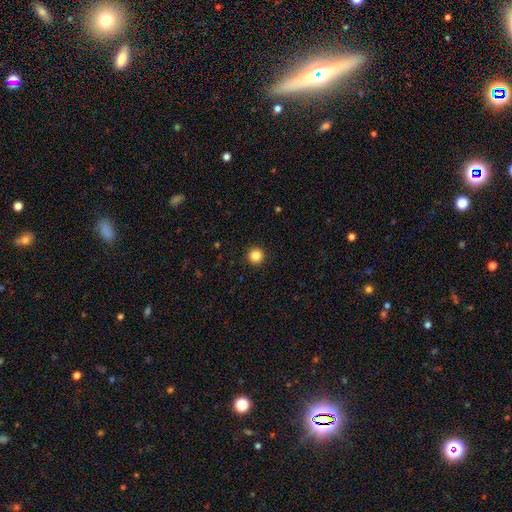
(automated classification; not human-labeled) A smooth galaxy with no disk features (85%) that is round (96%). Merging: none (93%).